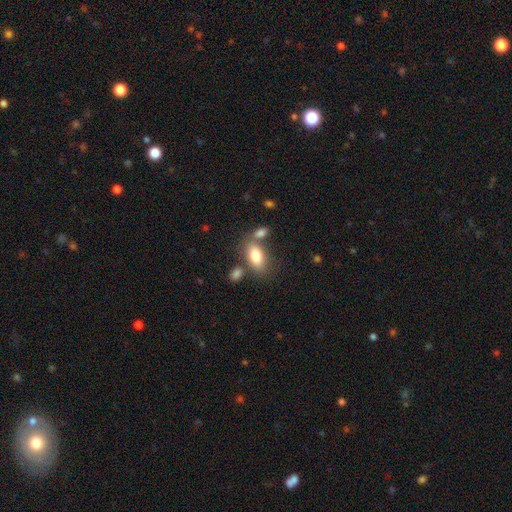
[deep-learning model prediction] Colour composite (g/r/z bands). It shows a smooth galaxy with no disk features (81%) that is in between round and cigar-shaped (89%). Merging: none (60%).